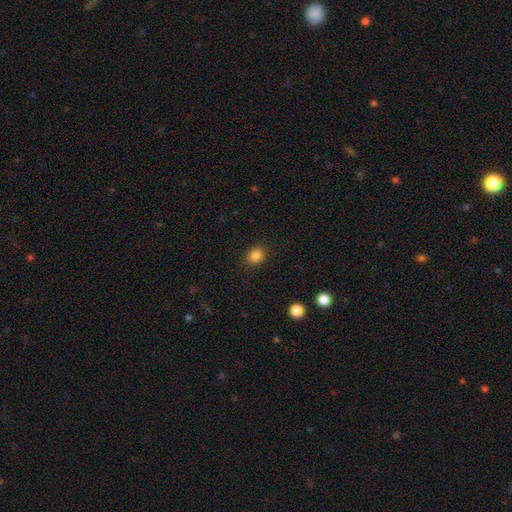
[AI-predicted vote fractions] Smooth or featured: smooth — 84% (star or artifact — 11%)
How rounded: round — 61% (in between — 38%)
Merging: none — 89% (minor disturbance — 8%)